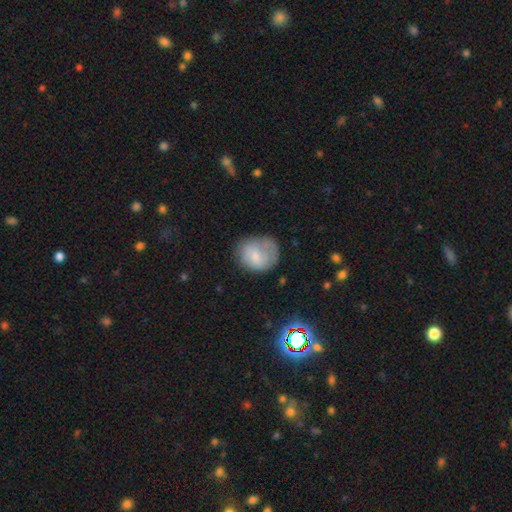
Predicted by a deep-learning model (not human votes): A smooth galaxy with no disk features (72%) that is round (60%). Merging: none (53%).